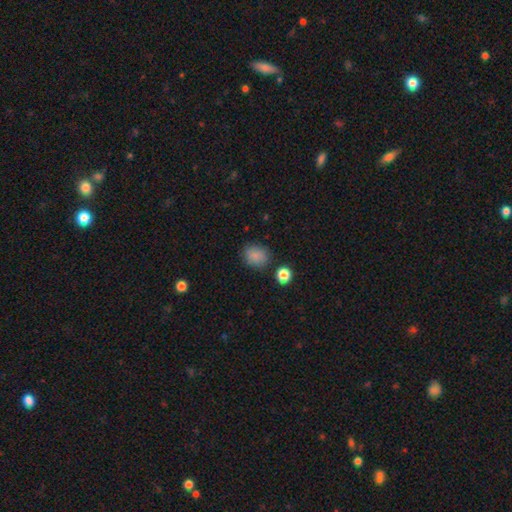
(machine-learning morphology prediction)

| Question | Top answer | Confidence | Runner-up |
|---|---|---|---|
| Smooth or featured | smooth | 84% | star or artifact (10%) |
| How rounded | round | 65% | in between (34%) |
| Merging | none | 79% | minor disturbance (14%) |